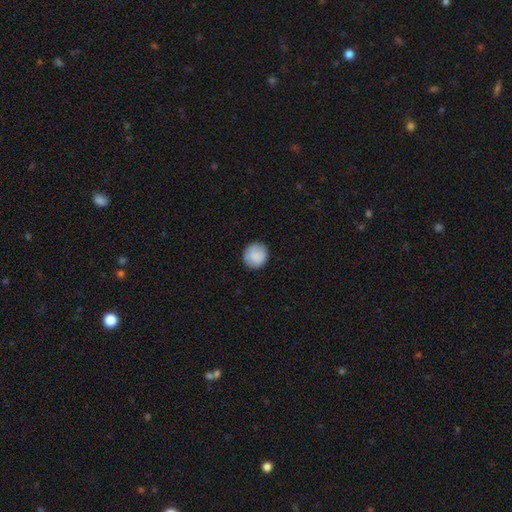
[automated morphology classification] This is clearly a smooth galaxy (88%). How rounded: clearly round (92%). Merging: clearly none (89%).